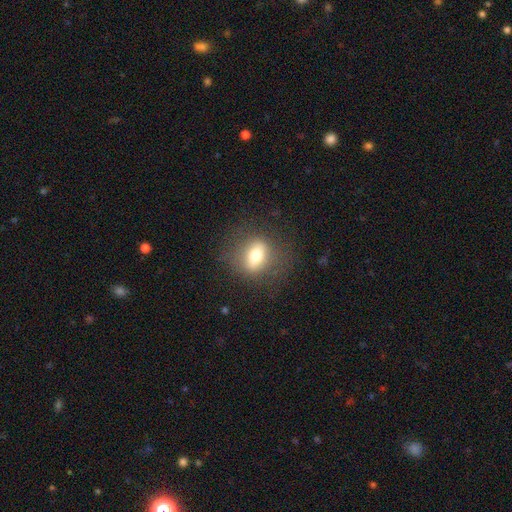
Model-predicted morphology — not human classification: Overall: smooth (62%; featured or disk 28%). How rounded: in between (55%; round 39%). Merging: none (80%).